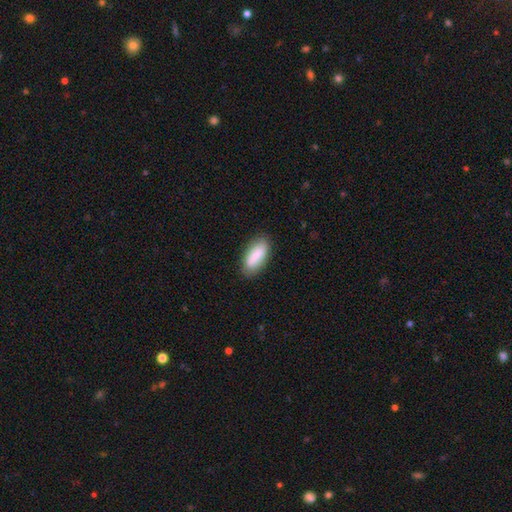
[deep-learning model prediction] Smooth or featured: smooth — 86% (featured or disk — 8%)
How rounded: in between — 81% (cigar-shaped — 17%)
Merging: none — 84% (minor disturbance — 13%)